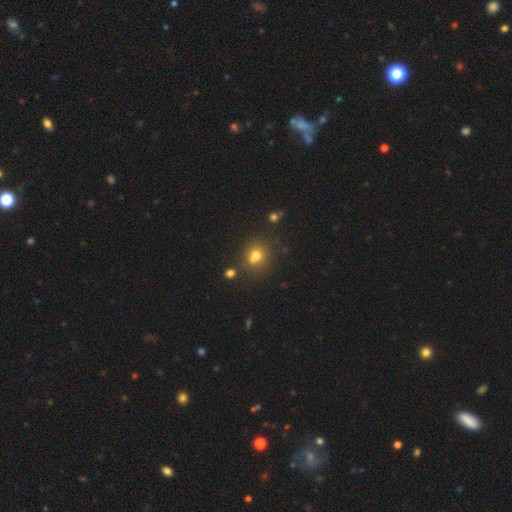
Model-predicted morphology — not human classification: Q: Smooth or featured?
A: smooth (71%); runner-up: star or artifact (17%)
Q: How rounded?
A: round (72%); runner-up: in between (27%)
Q: Merging?
A: none (57%); runner-up: merger (25%)